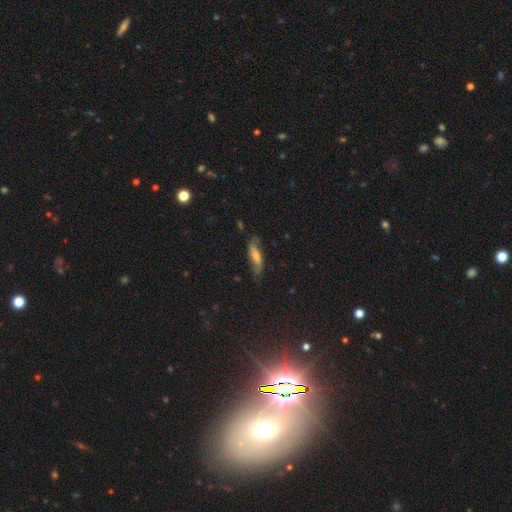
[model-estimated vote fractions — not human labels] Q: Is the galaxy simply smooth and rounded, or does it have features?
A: featured or disk — 50%.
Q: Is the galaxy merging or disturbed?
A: none — 68%.